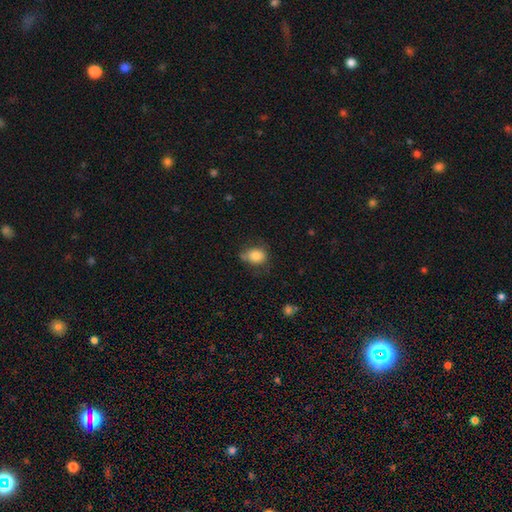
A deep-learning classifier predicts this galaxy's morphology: This is clearly a smooth galaxy (81%). How rounded: possibly in between (50%). Merging: possibly none (56%).